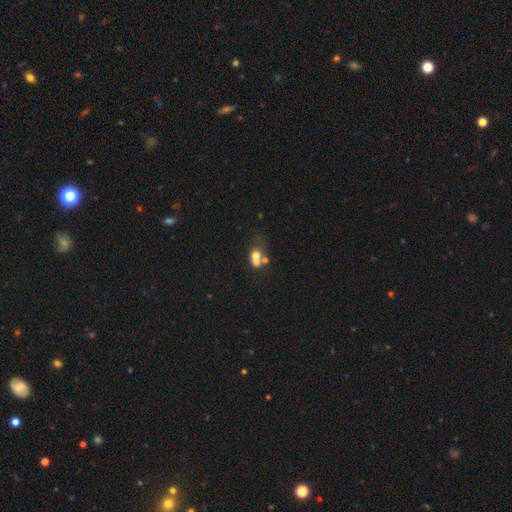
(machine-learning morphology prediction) A smooth galaxy with no disk features (60%) that is round (56%).

Vote fractions:
- Smooth or featured? smooth: 60% / featured or disk: 26% / star or artifact: 13%
- How rounded? round: 56% / in between: 43% / cigar-shaped: 1%
- Merging? merger: 62% / none: 23% / minor disturbance: 8% / major disturbance: 7%